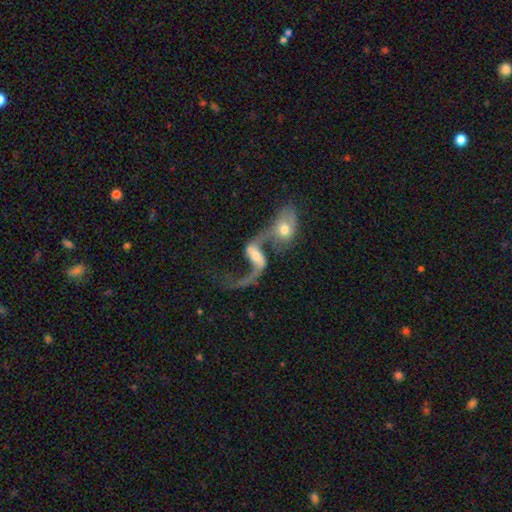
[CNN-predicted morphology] Smooth or featured? Predicted: featured or disk (p=0.79). Edge-on disk? Predicted: no (p=0.94). Bar? Predicted: weak (p=0.39). Spiral arms? Predicted: yes (p=0.87). Spiral winding? Predicted: loose (p=0.90). Spiral arm count? Predicted: 2 (p=0.78). Bulge size? Predicted: moderate (p=0.48). Merging? Predicted: merger (p=0.68).